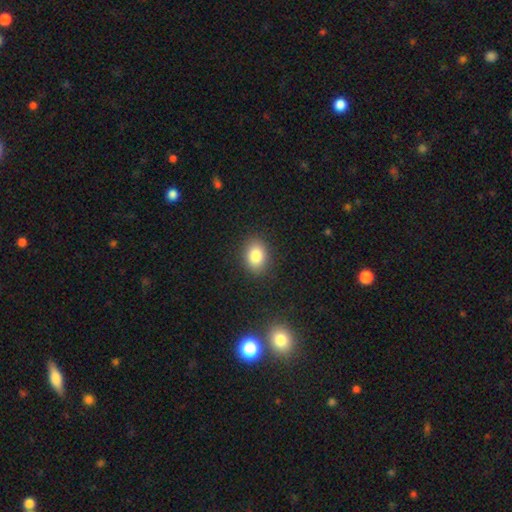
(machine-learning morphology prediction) A smooth galaxy with no disk features (83%) that is in between round and cigar-shaped (71%). Merging: none (87%).